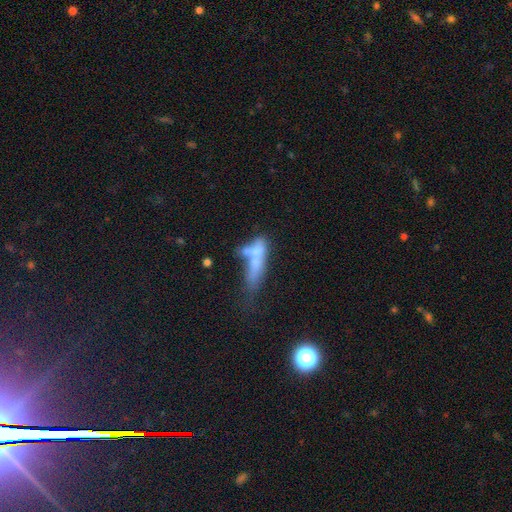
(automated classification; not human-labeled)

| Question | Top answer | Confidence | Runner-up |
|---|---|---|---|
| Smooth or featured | smooth | 52% | featured or disk (37%) |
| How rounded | in between | 50% | cigar-shaped (45%) |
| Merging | merger | 50% | none (20%) |